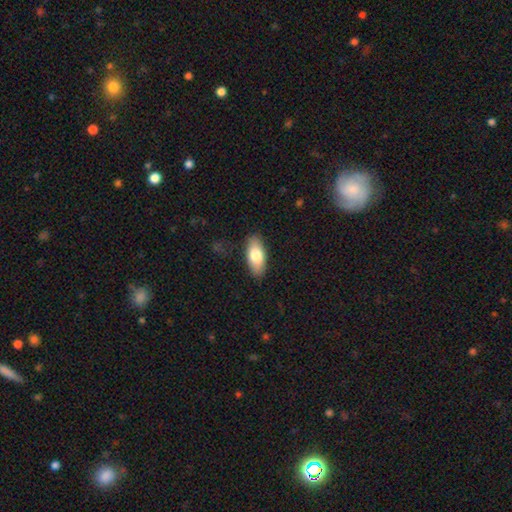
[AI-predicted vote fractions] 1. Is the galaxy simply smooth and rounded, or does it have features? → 77% smooth, 17% featured or disk, 6% star or artifact.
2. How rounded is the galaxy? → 87% in between, 10% cigar-shaped, 3% round.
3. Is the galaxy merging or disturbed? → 87% none, 9% minor disturbance, 2% major disturbance, 1% merger.